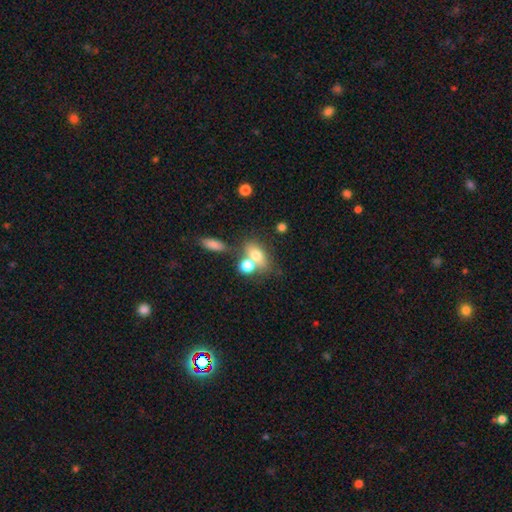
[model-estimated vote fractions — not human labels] The model was most divided on "merging": none: 44%, merger: 39%, minor disturbance: 12%, major disturbance: 6%. More confident: smooth or featured — smooth (70%); how rounded — in between (70%).